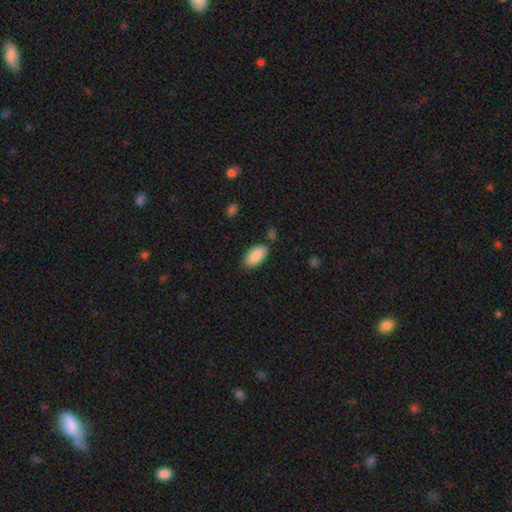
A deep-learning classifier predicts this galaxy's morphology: This is clearly a smooth galaxy (89%). How rounded: clearly in between (94%). Merging: likely none (79%).